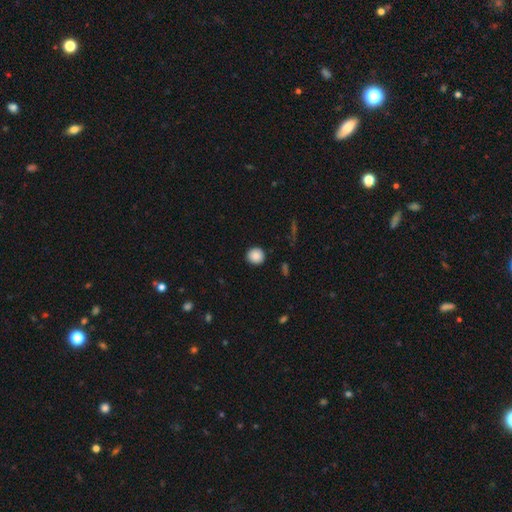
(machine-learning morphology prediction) This is clearly a smooth galaxy (88%). How rounded: clearly round (92%). Merging: clearly none (92%).